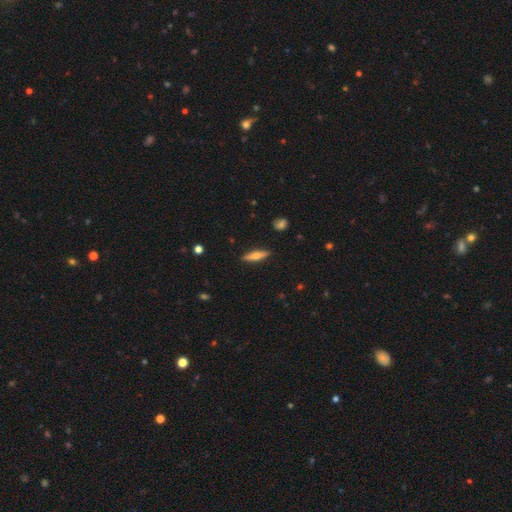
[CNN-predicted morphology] smooth_or_featured: featured or disk (p=0.47) [alt: smooth p=0.46]
merging: none (p=0.89) [alt: minor disturbance p=0.08]